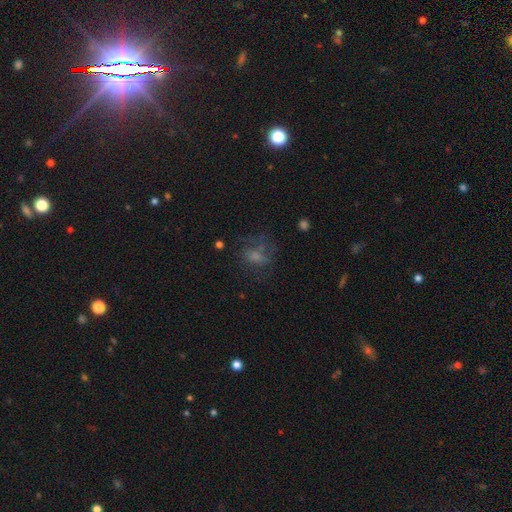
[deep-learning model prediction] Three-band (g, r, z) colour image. It shows a smooth galaxy with no disk features (41%). Merging: none (52%).